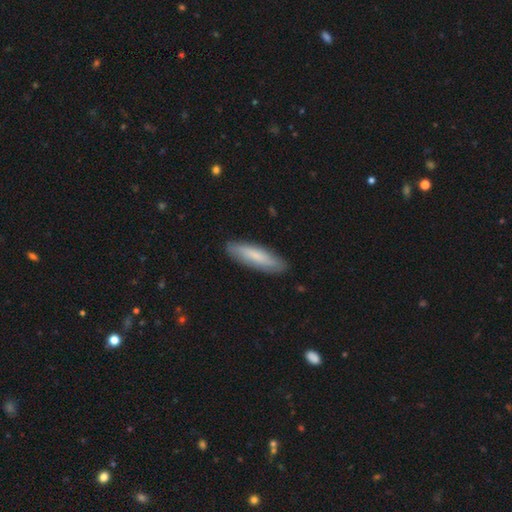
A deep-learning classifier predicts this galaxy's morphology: This appears to be a smooth galaxy with no disk features (72%) that is cigar-shaped (69%). Merging: none (87%).